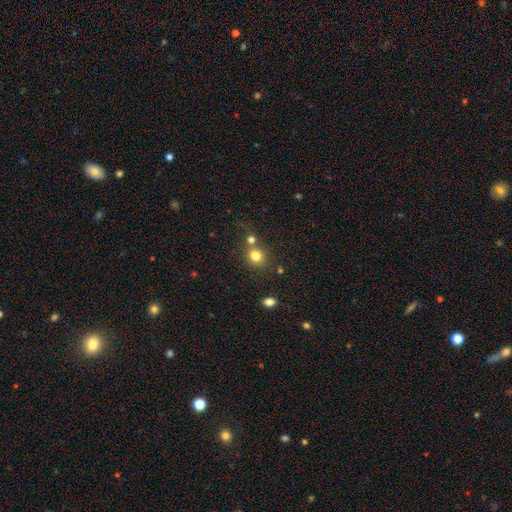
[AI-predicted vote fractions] This is likely a smooth galaxy (79%). How rounded: likely round (78%). Merging: likely none (61%).